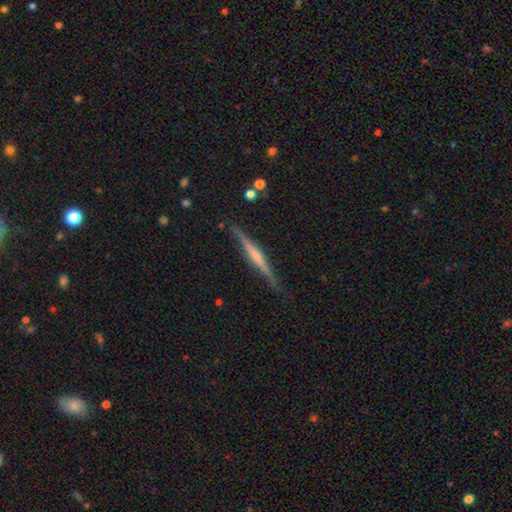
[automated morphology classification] Smooth or featured?
  - featured or disk: 73% *
  - smooth: 21%
  - star or artifact: 6%
Edge-on disk?
  - yes: 98% *
  - no: 2%
Edge-on bulge?
  - rounded: 53% *
  - none: 26%
  - boxy: 21%
Merging?
  - none: 88% *
  - minor disturbance: 9%
  - major disturbance: 2%
  - merger: 1%